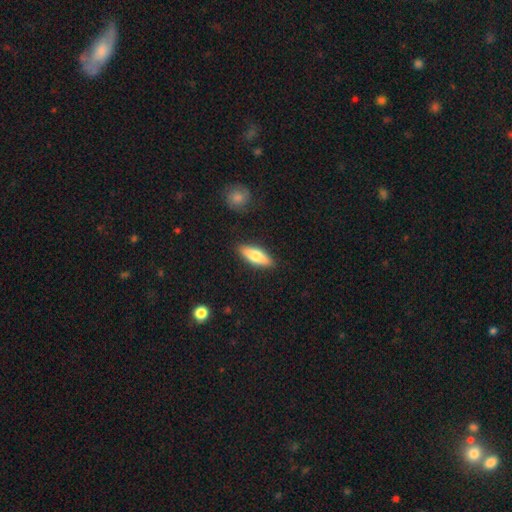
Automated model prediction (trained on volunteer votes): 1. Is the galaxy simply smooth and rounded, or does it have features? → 69% smooth, 25% featured or disk, 6% star or artifact.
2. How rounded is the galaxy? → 55% in between, 42% cigar-shaped, 2% round.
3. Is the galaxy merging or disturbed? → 87% none, 9% minor disturbance, 2% major disturbance, 2% merger.